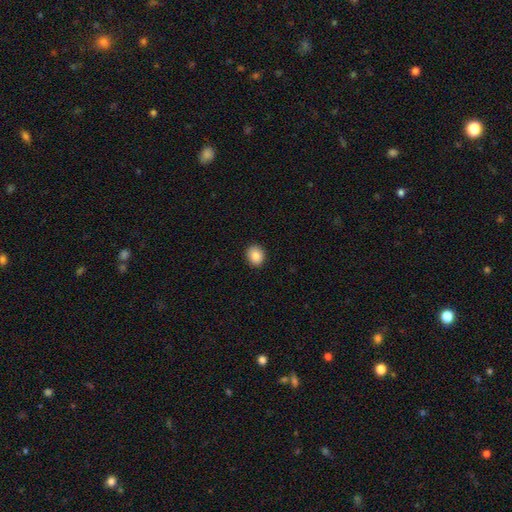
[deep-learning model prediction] The model was most divided on "how rounded": round: 64%, in between: 35%, cigar-shaped: 1%. More confident: merging — none (91%); smooth or featured — smooth (87%).